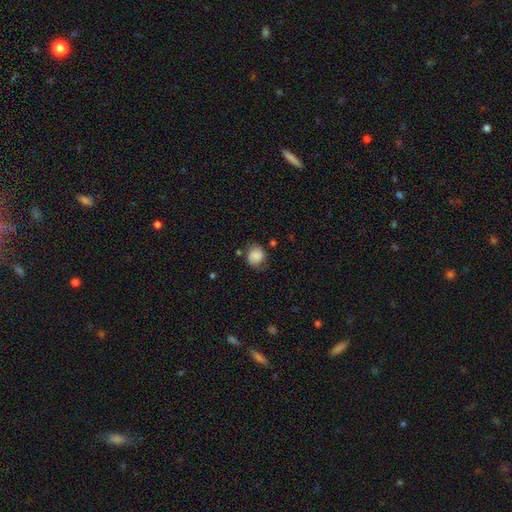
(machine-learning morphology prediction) type=smooth (81%); roundness=round (75%); merging=none (62%).